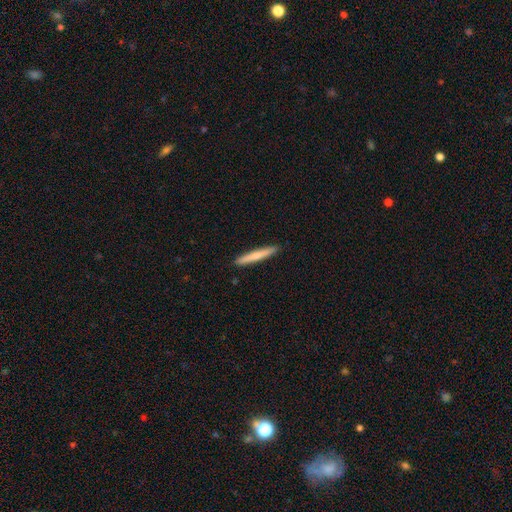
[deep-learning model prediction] This appears to be a smooth galaxy with no disk features (67%) that is cigar-shaped (95%). Merging: none (92%).